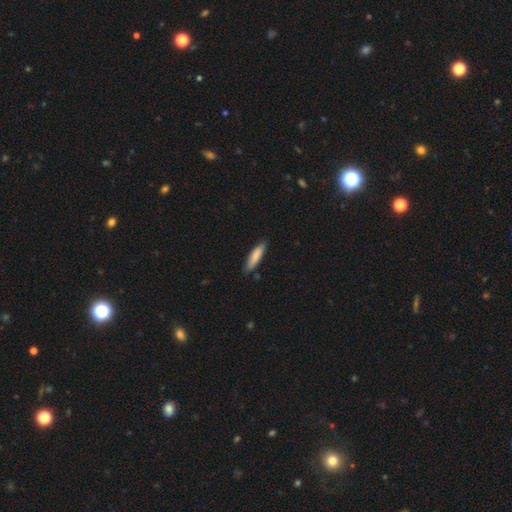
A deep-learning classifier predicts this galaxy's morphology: Smooth or featured?
  - smooth: 82% *
  - featured or disk: 12%
  - star or artifact: 6%
How rounded?
  - cigar-shaped: 75% *
  - in between: 23%
  - round: 1%
Merging?
  - none: 82% *
  - minor disturbance: 14%
  - major disturbance: 2%
  - merger: 1%